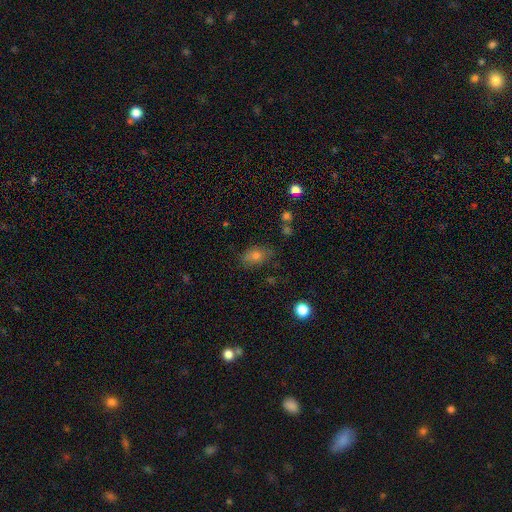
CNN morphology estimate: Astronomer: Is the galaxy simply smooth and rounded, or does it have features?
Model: smooth — 74%.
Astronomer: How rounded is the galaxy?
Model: in between — 81%.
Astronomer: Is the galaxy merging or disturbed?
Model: none — 72%.